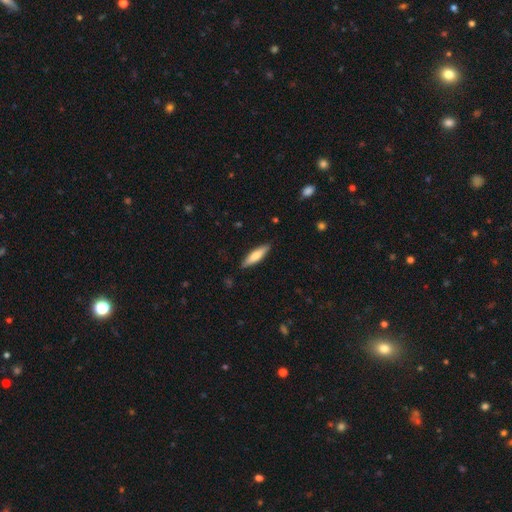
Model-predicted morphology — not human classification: A smooth galaxy with no disk features (68%) that is cigar-shaped (71%).

Vote fractions:
- Smooth or featured? smooth: 68% / featured or disk: 26% / star or artifact: 5%
- How rounded? cigar-shaped: 71% / in between: 27% / round: 1%
- Merging? none: 88% / minor disturbance: 9% / major disturbance: 2% / merger: 1%